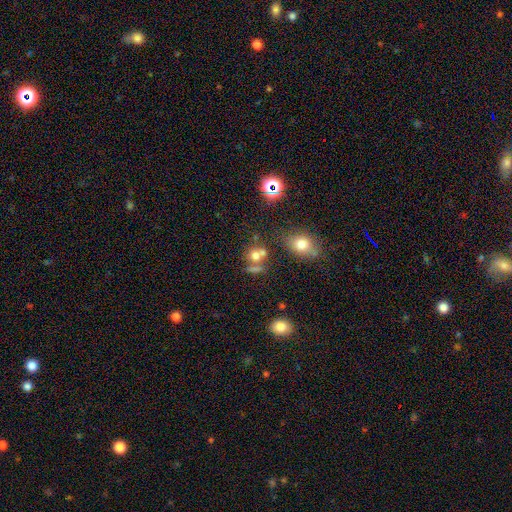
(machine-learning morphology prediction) Smooth or featured? Predicted: smooth (p=0.64). How rounded? Predicted: round (p=0.73). Merging? Predicted: none (p=0.45).